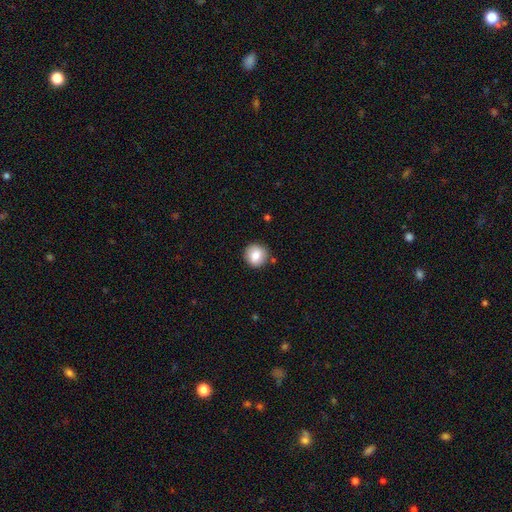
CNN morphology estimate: smooth-or-featured: smooth: 81% | featured or disk: 10% | star or artifact: 8%
  how-rounded: round: 93% | in between: 6% | cigar-shaped: 1%
  merging: none: 87% | minor disturbance: 8% | merger: 2% | major disturbance: 2%